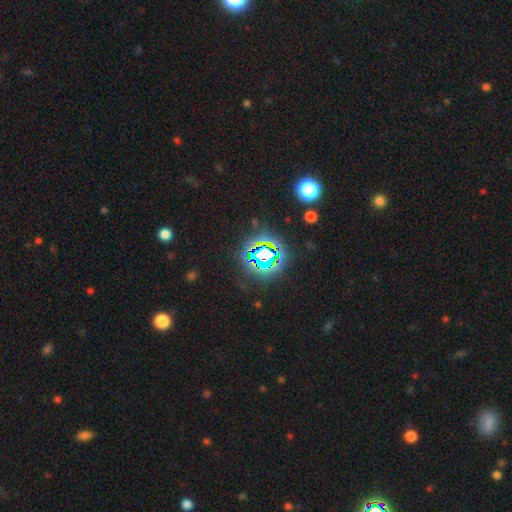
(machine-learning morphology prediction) Overall: star or artifact (73%).